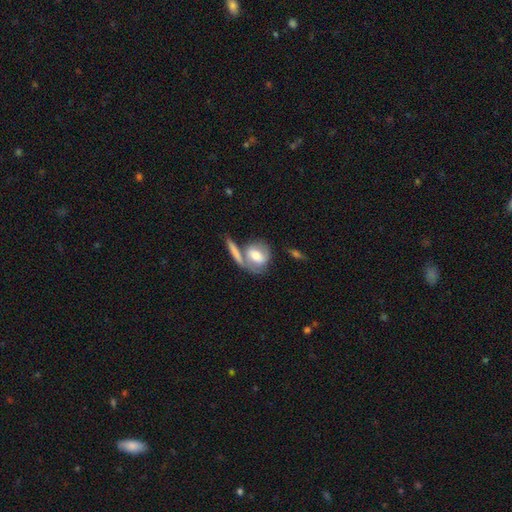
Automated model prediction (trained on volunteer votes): Q: Smooth or featured?
A: smooth (54%); runner-up: featured or disk (40%)
Q: How rounded?
A: round (54%); runner-up: in between (40%)
Q: Merging?
A: none (42%); runner-up: merger (34%)